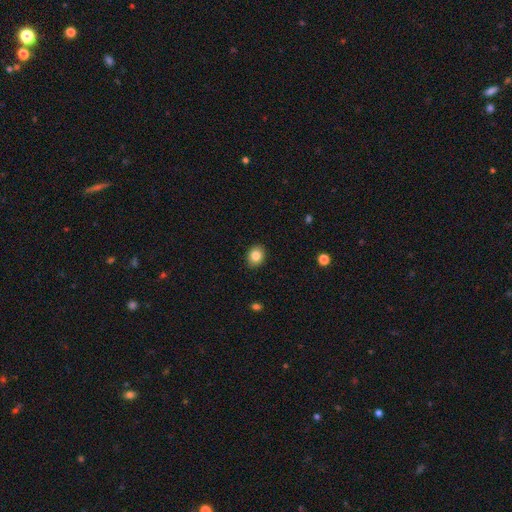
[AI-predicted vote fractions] Overall: smooth (84%). How rounded: in between (54%; round 46%). Merging: none (90%).